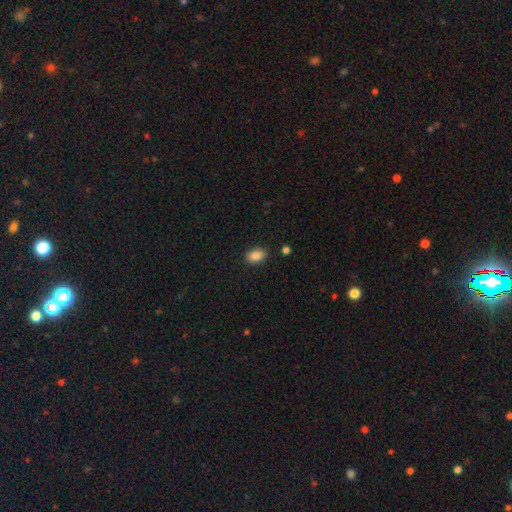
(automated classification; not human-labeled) This is clearly a smooth galaxy (87%). How rounded: clearly in between (85%). Merging: clearly none (85%).